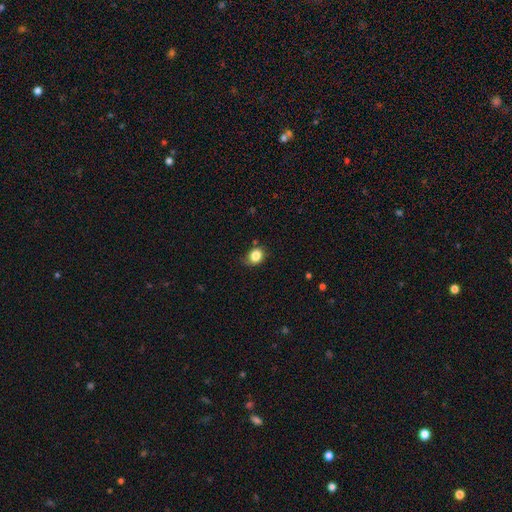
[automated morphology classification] This is clearly a smooth galaxy (83%). How rounded: likely round (63%). Merging: likely none (70%).